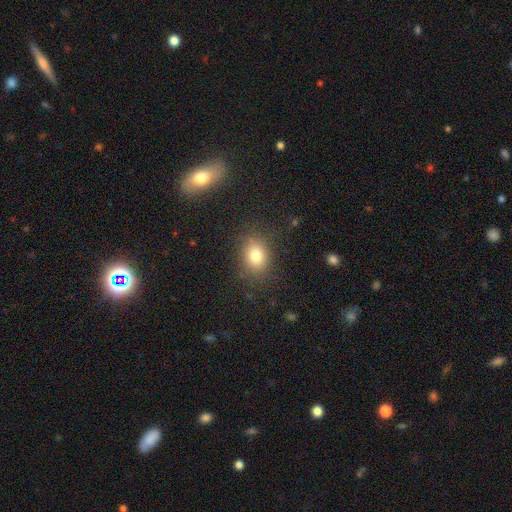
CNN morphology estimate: This appears to be a smooth galaxy with no disk features (79%) that is in between round and cigar-shaped (59%). Merging: none (82%).